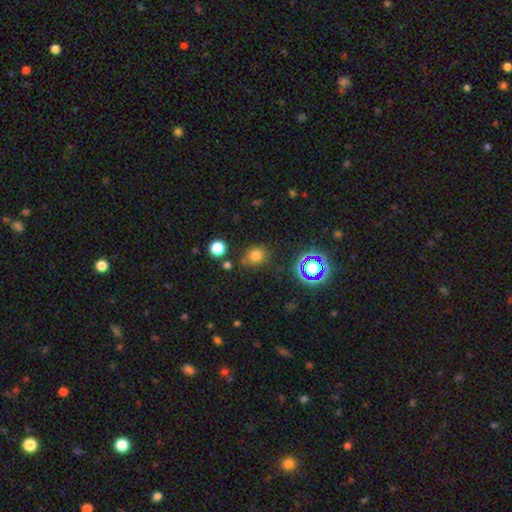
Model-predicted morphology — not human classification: smooth_or_featured: smooth (p=0.72) [alt: star or artifact p=0.21]
how_rounded: round (p=0.70) [alt: in between p=0.28]
merging: none (p=0.69) [alt: minor disturbance p=0.19]